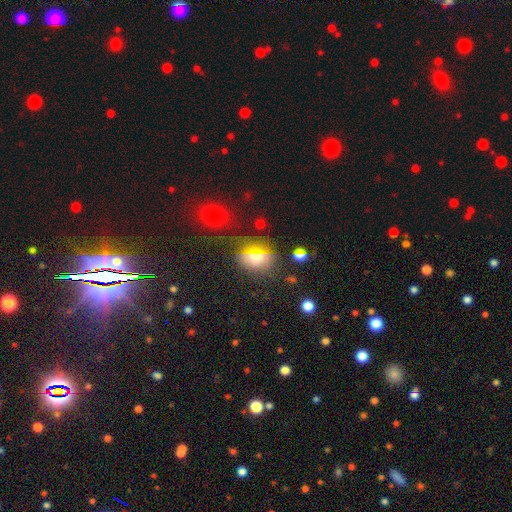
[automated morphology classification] A smooth galaxy with no disk features (54%) that is round (54%). Merging: none (79%).